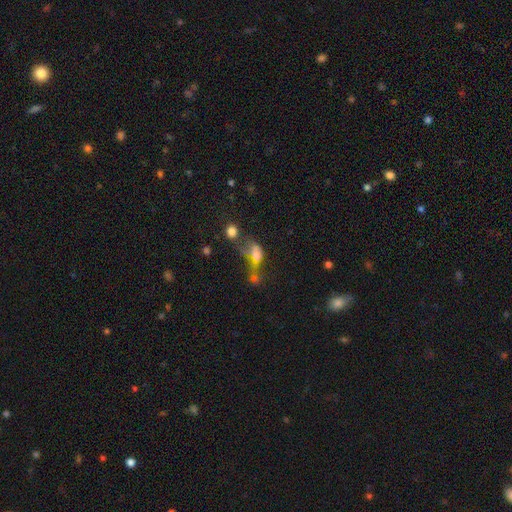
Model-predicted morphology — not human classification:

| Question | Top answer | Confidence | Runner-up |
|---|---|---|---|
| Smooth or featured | smooth | 52% | featured or disk (29%) |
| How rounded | in between | 67% | round (26%) |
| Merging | merger | 40% | major disturbance (29%) |